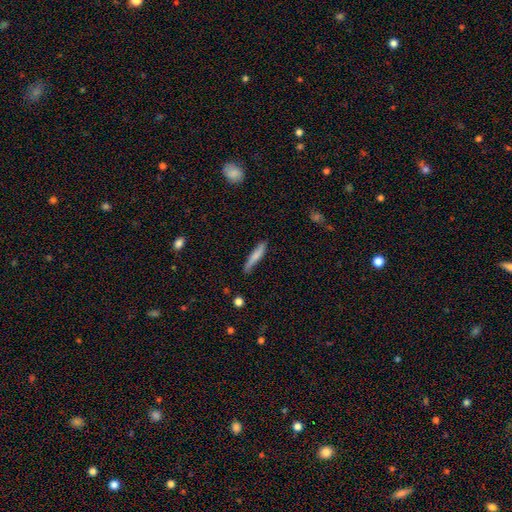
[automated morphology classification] A smooth galaxy with no disk features (74%) that is cigar-shaped (90%). Merging: none (76%).